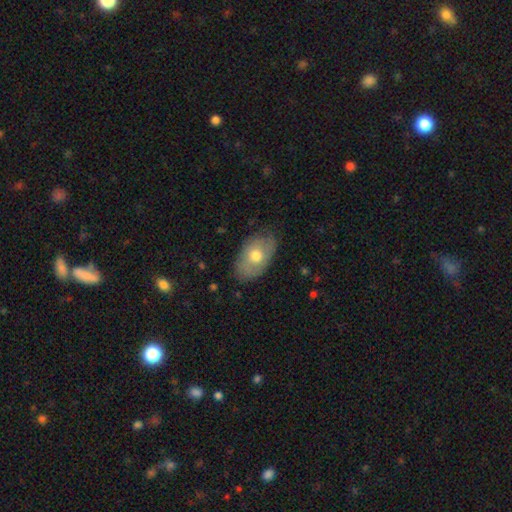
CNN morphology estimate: Q: Smooth or featured?
A: smooth (68%); runner-up: featured or disk (25%)
Q: How rounded?
A: in between (91%); runner-up: round (8%)
Q: Merging?
A: none (74%); runner-up: minor disturbance (20%)